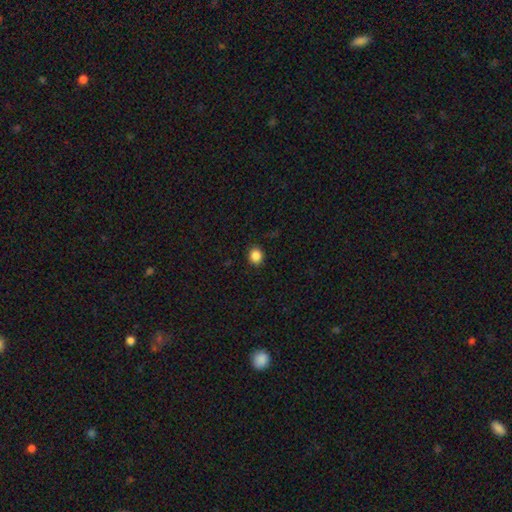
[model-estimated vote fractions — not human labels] A smooth galaxy with no disk features (87%) that is round (76%). Merging: none (91%).